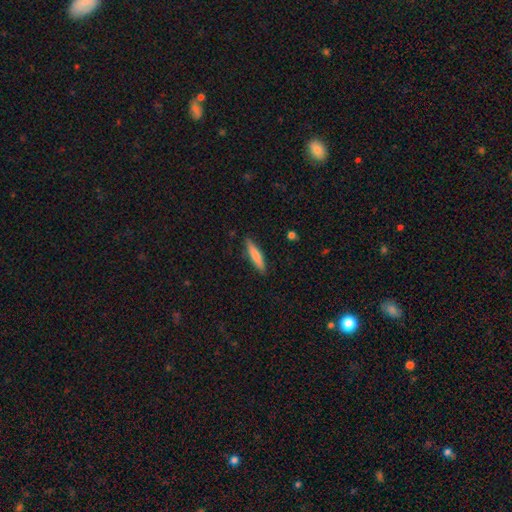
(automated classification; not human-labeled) smooth-or-featured: smooth: 74% | featured or disk: 21% | star or artifact: 5%
  how-rounded: cigar-shaped: 87% | in between: 12% | round: 1%
  merging: none: 88% | minor disturbance: 9% | major disturbance: 2% | merger: 1%